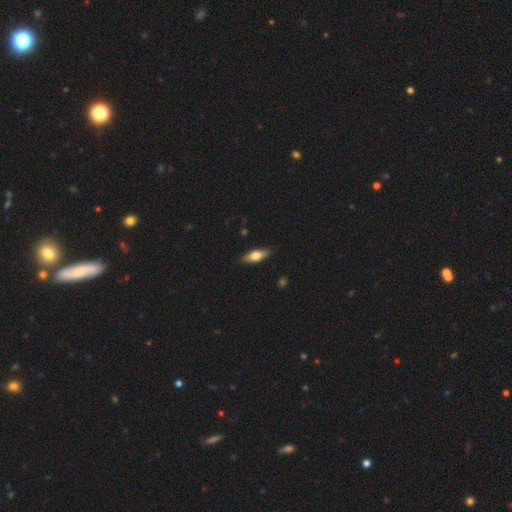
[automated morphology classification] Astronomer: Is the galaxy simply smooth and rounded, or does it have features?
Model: smooth — 63%.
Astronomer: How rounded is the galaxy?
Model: in between — 60% (runner-up: cigar-shaped, 37%).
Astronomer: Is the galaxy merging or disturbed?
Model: none — 87%.